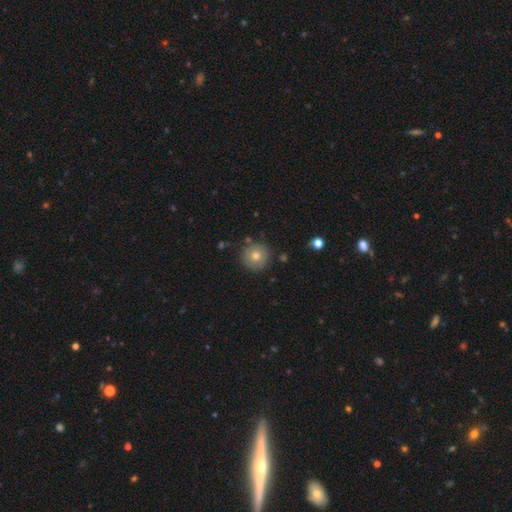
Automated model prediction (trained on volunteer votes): A smooth galaxy with no disk features (68%) that is round (95%). Merging: none (86%).